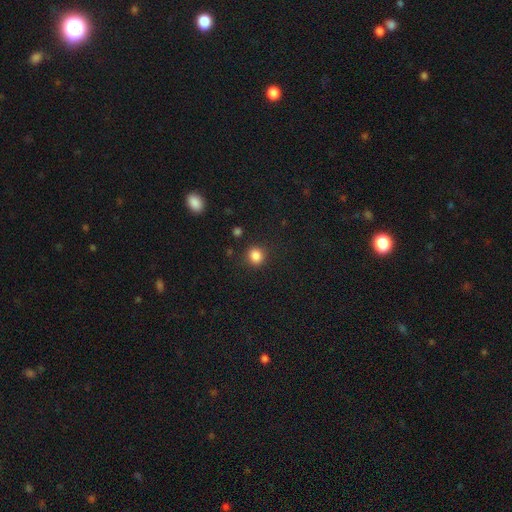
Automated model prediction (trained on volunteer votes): Morphology: type=smooth (85%); roundness=round (81%); merging=none (87%).